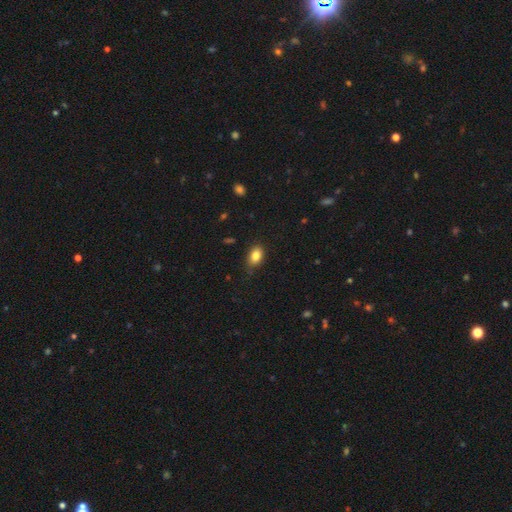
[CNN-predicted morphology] smooth 83%, star or artifact 9%, featured or disk 8%. Down the decision tree: how rounded — in between (80%); merging — none (74%).